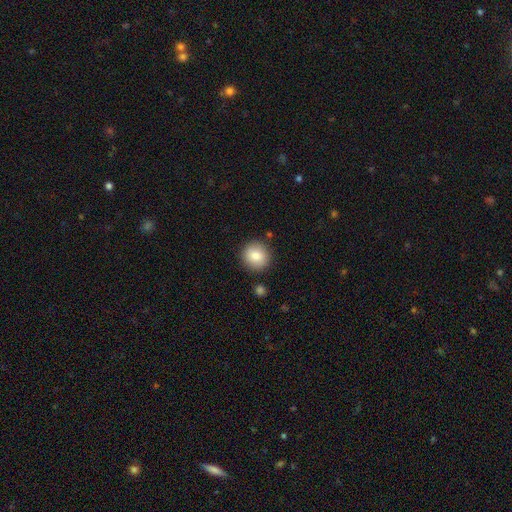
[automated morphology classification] A smooth galaxy with no disk features (83%) that is round (92%). Merging: none (88%).